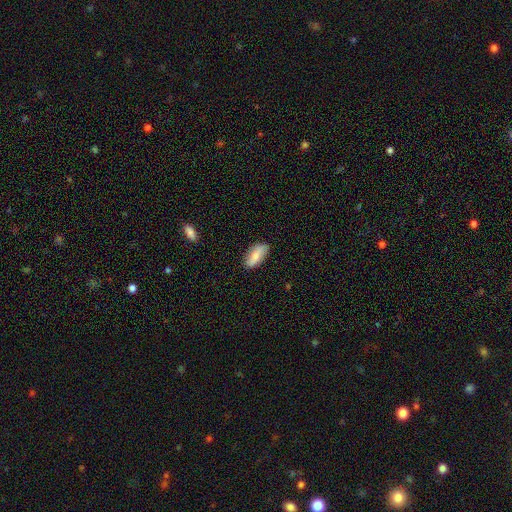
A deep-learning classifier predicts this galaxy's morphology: smooth-or-featured: smooth: 72% | featured or disk: 22% | star or artifact: 7%
  how-rounded: in between: 84% | cigar-shaped: 13% | round: 3%
  merging: none: 81% | minor disturbance: 15% | major disturbance: 3% | merger: 1%